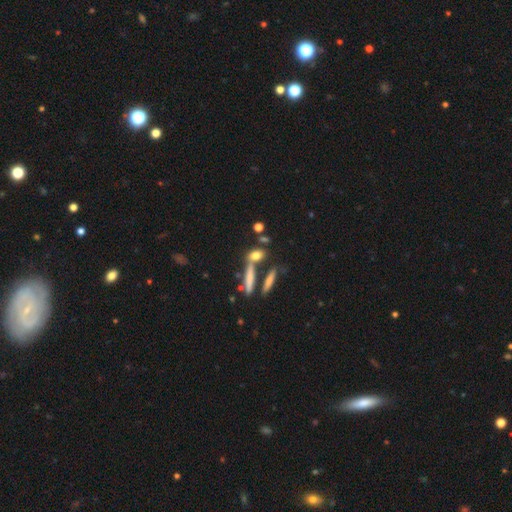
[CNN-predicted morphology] Smooth or featured?
  - smooth: 69% *
  - featured or disk: 19%
  - star or artifact: 12%
How rounded?
  - in between: 46% *
  - cigar-shaped: 39%
  - round: 15%
Merging?
  - none: 54% *
  - merger: 27%
  - minor disturbance: 13%
  - major disturbance: 6%